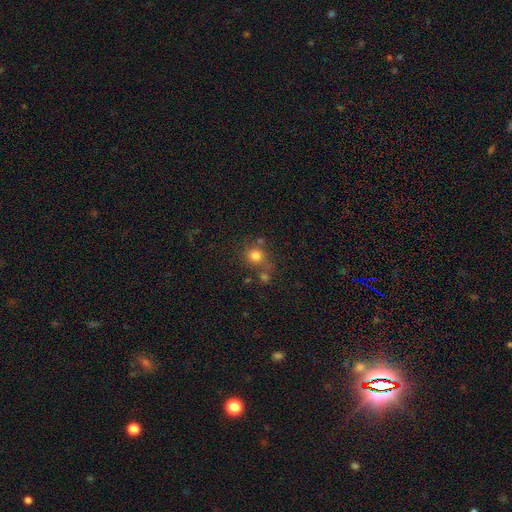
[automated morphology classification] This appears to be a smooth galaxy with no disk features (78%) that is round (85%). Merging: none (61%).